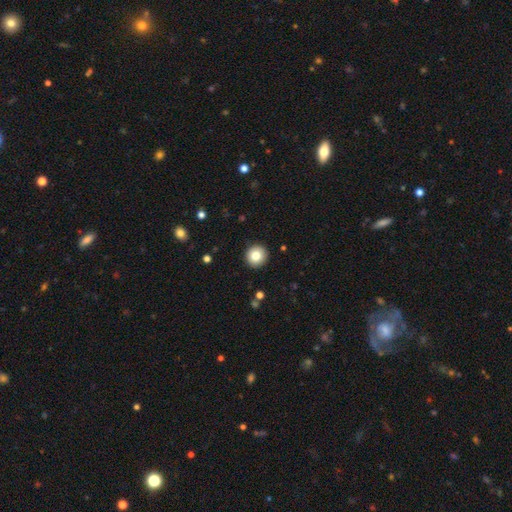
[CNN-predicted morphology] smooth-or-featured: smooth: 81% | featured or disk: 10% | star or artifact: 10%
  how-rounded: round: 95% | in between: 4% | cigar-shaped: 1%
  merging: none: 93% | minor disturbance: 5% | major disturbance: 2% | merger: 1%